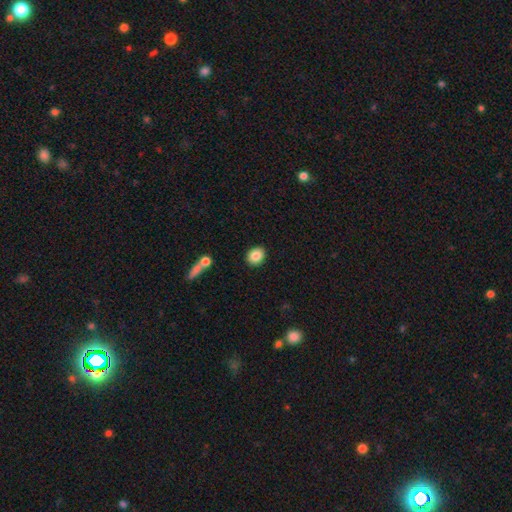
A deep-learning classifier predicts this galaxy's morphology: type=smooth (86%); roundness=round (58%); merging=none (89%).